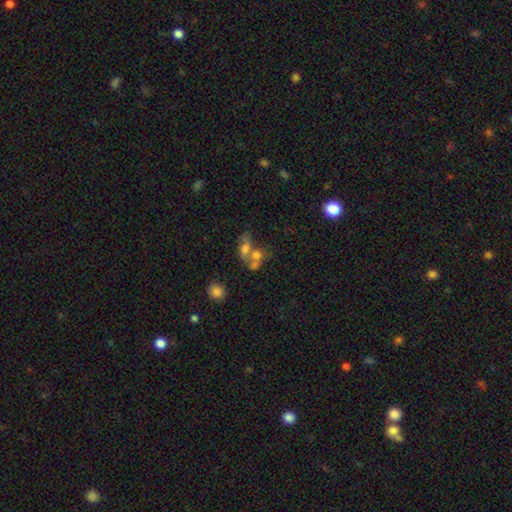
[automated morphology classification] Smooth or featured: smooth — 58% (featured or disk — 27%)
How rounded: in between — 60% (round — 37%)
Merging: merger — 64% (none — 20%)